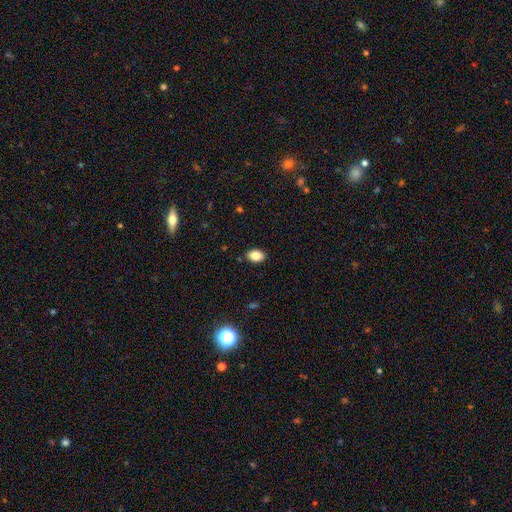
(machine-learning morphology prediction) smooth 84%, star or artifact 9%, featured or disk 6%. Down the decision tree: how rounded — in between (84%); merging — none (87%).